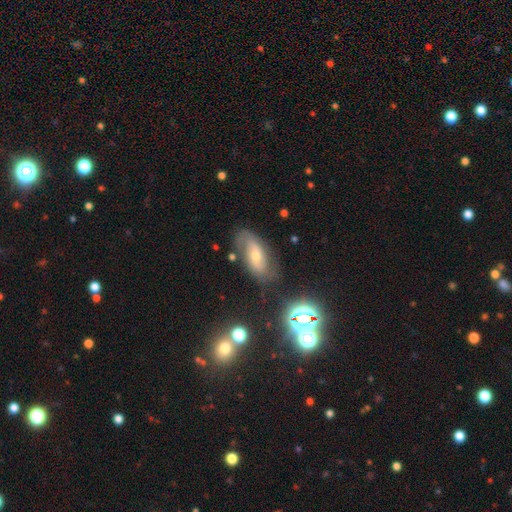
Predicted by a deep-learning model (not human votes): This is likely a featured or disk galaxy (60%). It is clearly not viewed edge-on (88%). Bar: possibly no (48%). Spiral arm pattern: clearly yes (82%). Central bulge: possibly moderate (51%). Merging: likely none (66%).